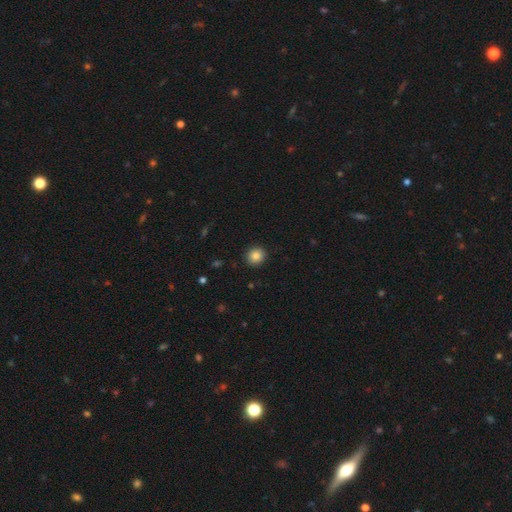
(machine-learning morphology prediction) Smooth or featured: smooth — 85% (star or artifact — 9%)
How rounded: round — 79% (in between — 20%)
Merging: none — 91% (minor disturbance — 6%)